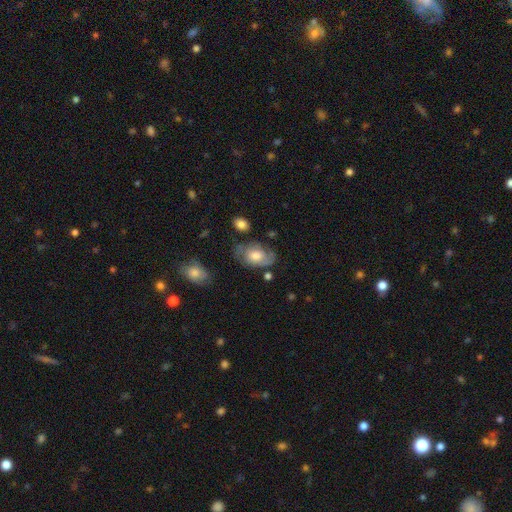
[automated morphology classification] A smooth galaxy with no disk features (49%).

Vote fractions:
- Smooth or featured? smooth: 49% / featured or disk: 44% / star or artifact: 7%
- Merging? none: 57% / minor disturbance: 27% / major disturbance: 12% / merger: 4%